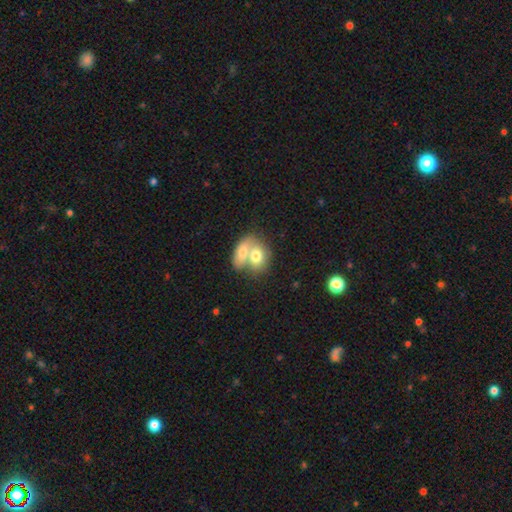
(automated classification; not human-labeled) Q: Smooth or featured?
A: smooth (71%); runner-up: featured or disk (23%)
Q: How rounded?
A: in between (70%); runner-up: round (27%)
Q: Merging?
A: merger (73%); runner-up: none (18%)